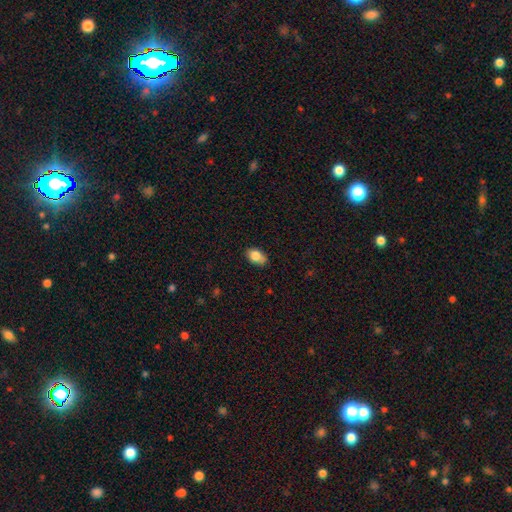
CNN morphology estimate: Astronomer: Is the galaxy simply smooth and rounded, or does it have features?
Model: smooth — 82%.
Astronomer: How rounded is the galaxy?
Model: in between — 83%.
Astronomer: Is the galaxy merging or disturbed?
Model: none — 74%.